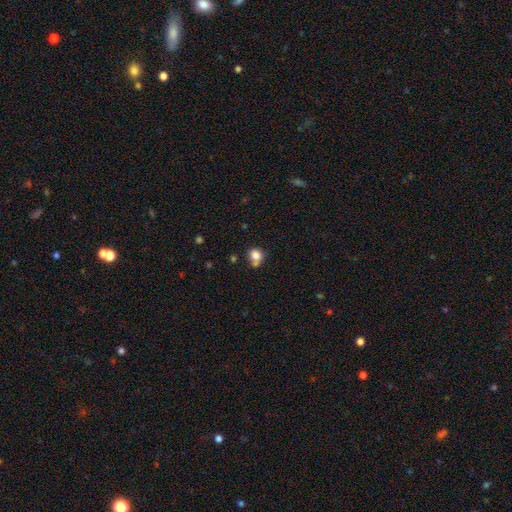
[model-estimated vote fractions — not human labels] Smooth or featured? smooth (81%)
How rounded? round (68%)
Merging? none (53%)